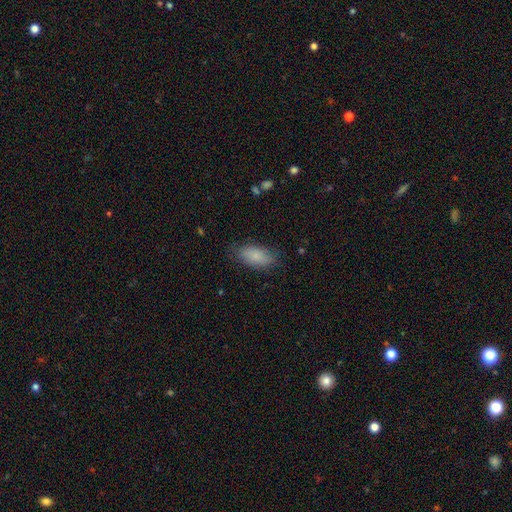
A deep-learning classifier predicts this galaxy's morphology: A smooth galaxy with no disk features (82%) that is in between round and cigar-shaped (89%). Merging: none (77%).